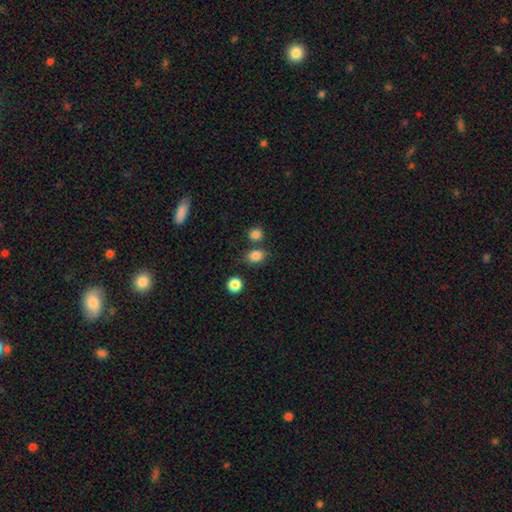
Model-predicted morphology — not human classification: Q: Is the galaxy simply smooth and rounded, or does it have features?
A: smooth — 84%.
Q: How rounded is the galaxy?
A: round — 51%.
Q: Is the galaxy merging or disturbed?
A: none — 71%.